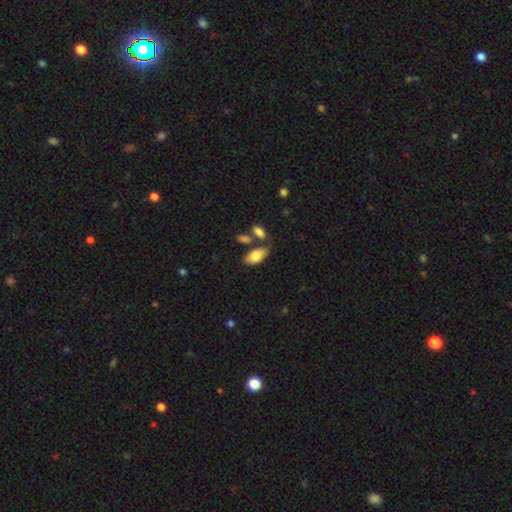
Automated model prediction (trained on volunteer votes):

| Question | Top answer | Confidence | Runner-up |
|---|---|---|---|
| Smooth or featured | smooth | 83% | featured or disk (11%) |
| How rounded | in between | 93% | cigar-shaped (4%) |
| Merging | none | 59% | merger (20%) |